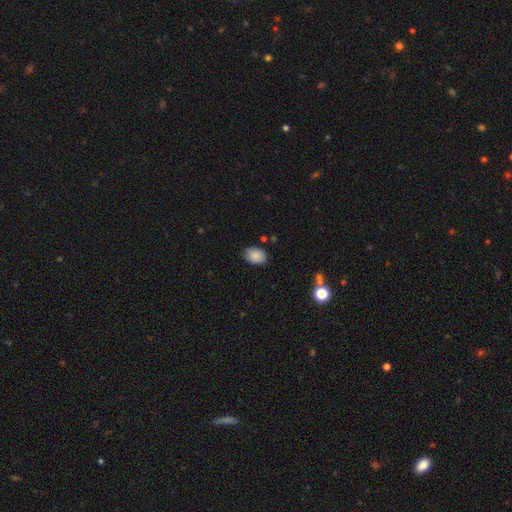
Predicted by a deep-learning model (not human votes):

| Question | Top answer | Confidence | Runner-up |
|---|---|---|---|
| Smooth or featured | smooth | 87% | star or artifact (8%) |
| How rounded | in between | 82% | round (17%) |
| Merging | none | 80% | minor disturbance (16%) |